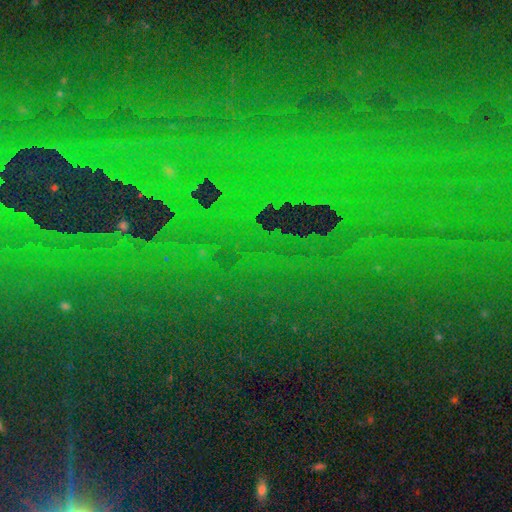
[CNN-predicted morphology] star or artifact 84%, smooth 9%, featured or disk 7%.